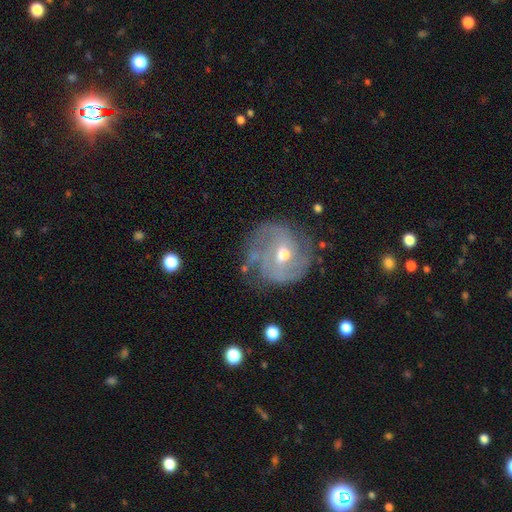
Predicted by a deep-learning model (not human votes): smooth-or-featured: featured or disk: 79% | smooth: 13% | star or artifact: 8%
  disk-edge-on: no: 97% | yes: 3%
    bar: no: 46% | weak: 42% | strong: 12%
    has-spiral-arms: yes: 90% | no: 10%
      spiral-winding: tight: 44% | medium: 39% | loose: 17%
      spiral-arm-count: 2: 44% | can't tell: 26% | 3: 15% | 1: 5% | 4: 5% | more than 4: 4%
    bulge-size: moderate: 63% | small: 33% | large: 2% | none: 1% | dominant: 1%
  merging: none: 67% | minor disturbance: 20% | major disturbance: 10% | merger: 3%